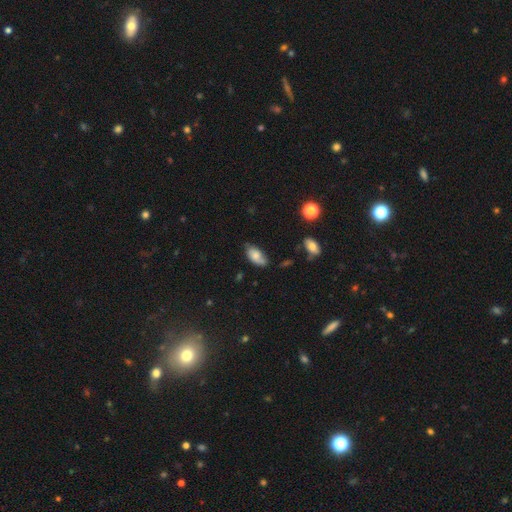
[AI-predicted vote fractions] smooth_or_featured: smooth (p=0.69) [alt: featured or disk p=0.22]
how_rounded: in between (p=0.92) [alt: cigar-shaped p=0.04]
merging: none (p=0.56) [alt: minor disturbance p=0.33]